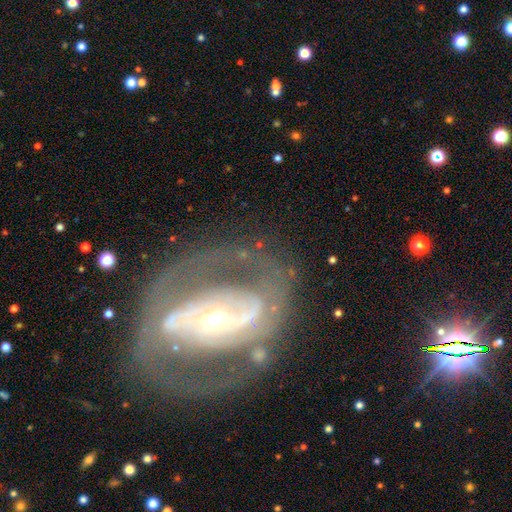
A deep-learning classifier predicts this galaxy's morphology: type=featured or disk (82%); edge-on=no (94%); bar=strong (44%); spiral arms=yes (75%); winding=tight (42%); arm count=2 (72%); bulge=small (63%); merging=none (71%).